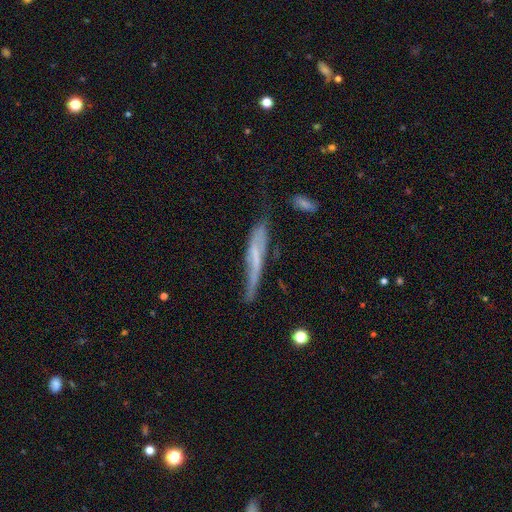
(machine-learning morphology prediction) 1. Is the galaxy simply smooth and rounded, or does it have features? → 58% featured or disk, 33% smooth, 9% star or artifact.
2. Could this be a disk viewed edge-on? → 64% yes, 36% no.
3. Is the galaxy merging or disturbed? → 39% none, 31% minor disturbance, 23% major disturbance, 8% merger.